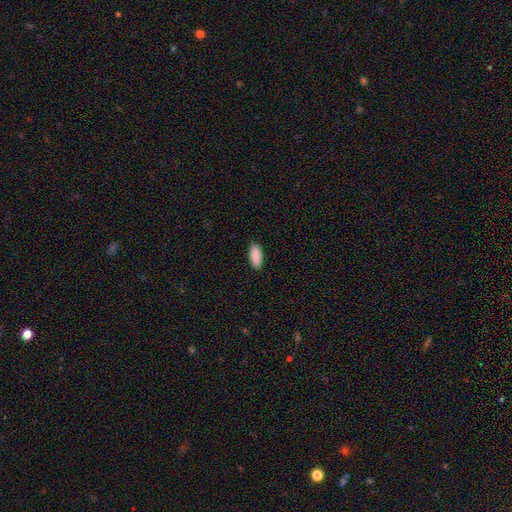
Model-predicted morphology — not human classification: Smooth or featured? Predicted: smooth (p=0.91). How rounded? Predicted: in between (p=0.85). Merging? Predicted: none (p=0.90).